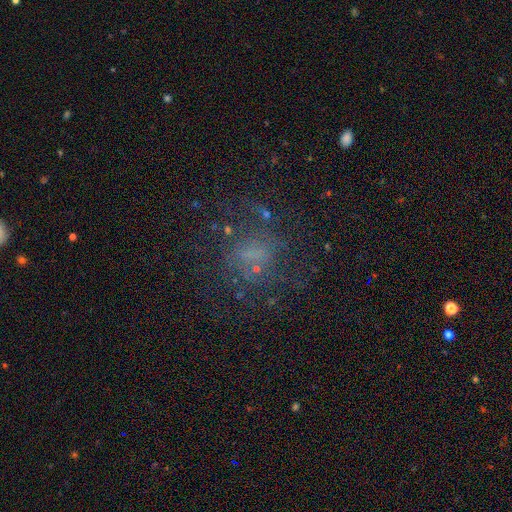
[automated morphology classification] A featured or disk galaxy (38%). Merging: none (62%).